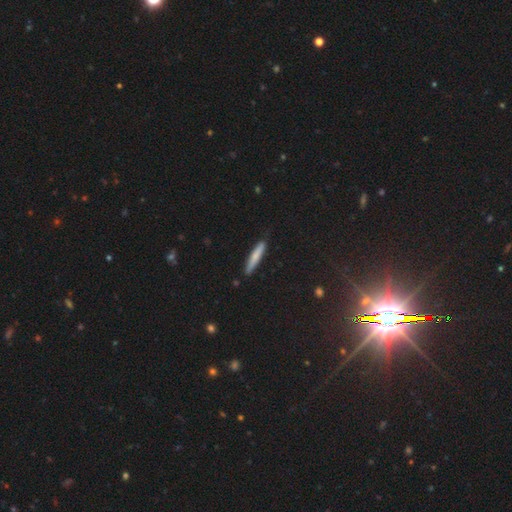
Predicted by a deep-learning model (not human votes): The model was most divided on "smooth or featured": smooth: 71%, featured or disk: 23%, star or artifact: 6%. More confident: how rounded — cigar-shaped (92%); merging — none (85%).